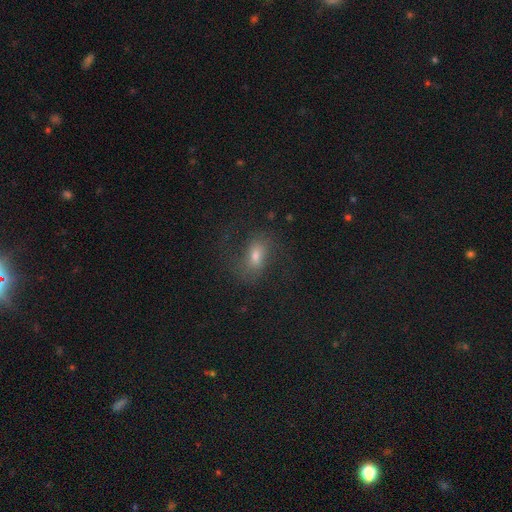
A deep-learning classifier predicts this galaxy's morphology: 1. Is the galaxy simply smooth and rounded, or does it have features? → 47% featured or disk, 38% smooth, 15% star or artifact.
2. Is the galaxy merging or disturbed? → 59% none, 21% major disturbance, 18% minor disturbance, 2% merger.